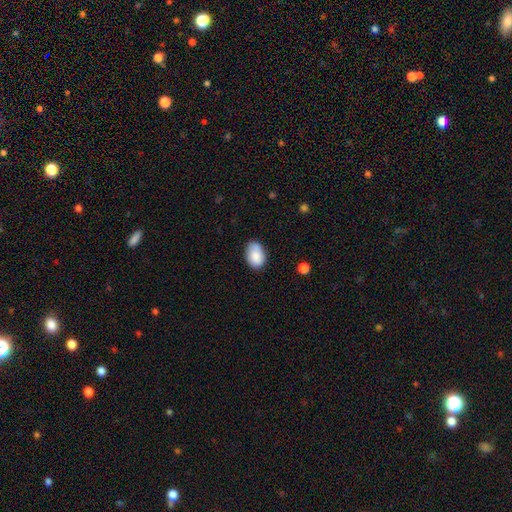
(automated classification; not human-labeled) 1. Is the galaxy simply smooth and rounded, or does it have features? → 85% smooth, 9% featured or disk, 7% star or artifact.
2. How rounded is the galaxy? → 85% in between, 14% round, 1% cigar-shaped.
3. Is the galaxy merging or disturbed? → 76% none, 19% minor disturbance, 3% major disturbance, 2% merger.